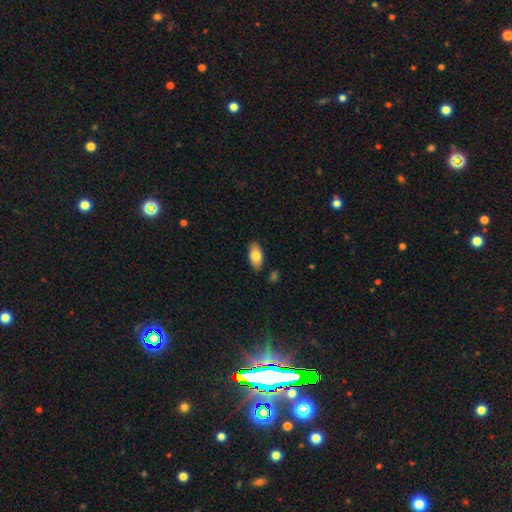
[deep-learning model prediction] Q: Smooth or featured?
A: smooth (79%); runner-up: featured or disk (15%)
Q: How rounded?
A: in between (92%); runner-up: cigar-shaped (5%)
Q: Merging?
A: none (85%); runner-up: minor disturbance (11%)